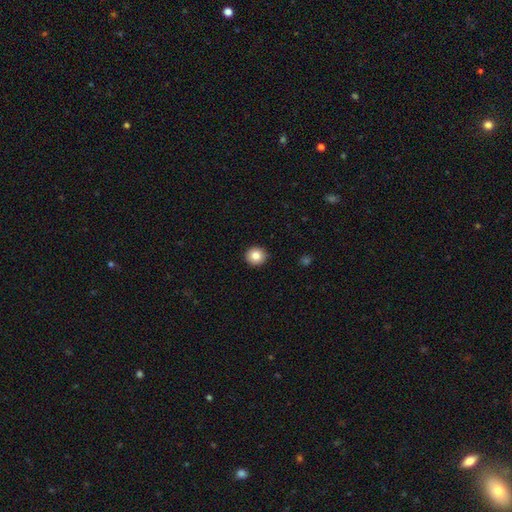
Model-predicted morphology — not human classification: The model was most divided on "smooth or featured": smooth: 84%, star or artifact: 9%, featured or disk: 7%. More confident: merging — none (93%); how rounded — round (92%).